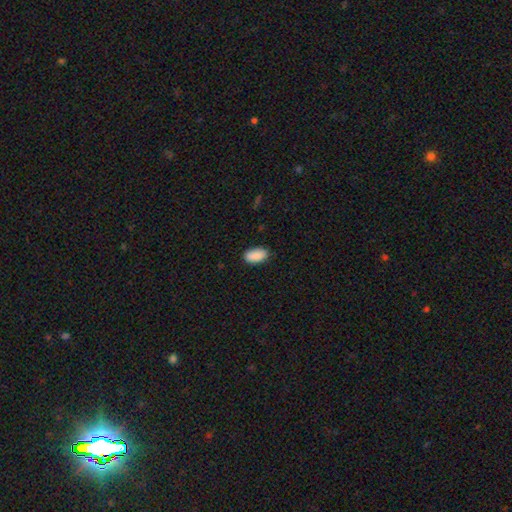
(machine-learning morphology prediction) smooth 90%, star or artifact 7%, featured or disk 3%. Down the decision tree: how rounded — in between (94%); merging — none (85%).